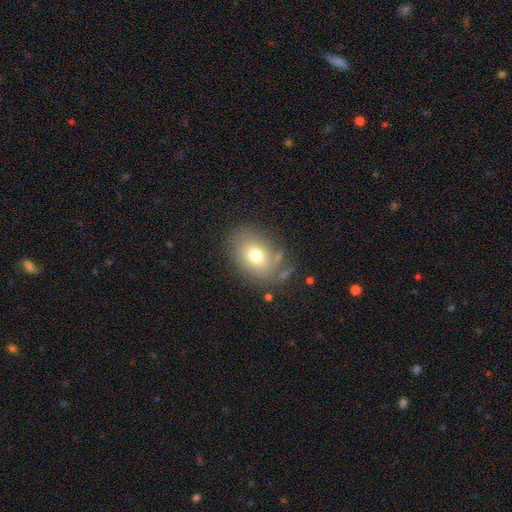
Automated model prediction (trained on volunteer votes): Morphology: type=smooth (70%); roundness=in between (69%); merging=none (73%).